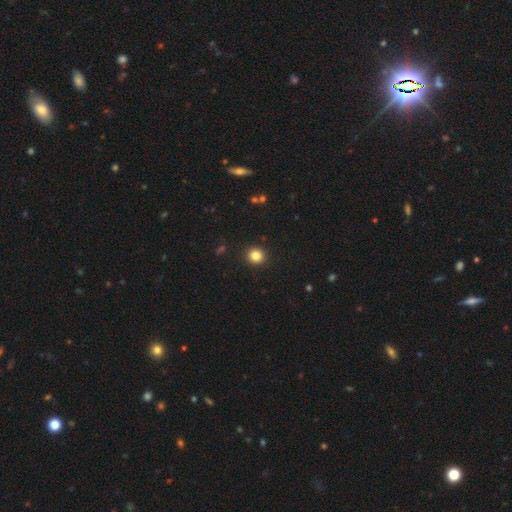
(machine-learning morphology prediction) This appears to be a smooth galaxy with no disk features (83%) that is round (92%). Merging: none (93%).